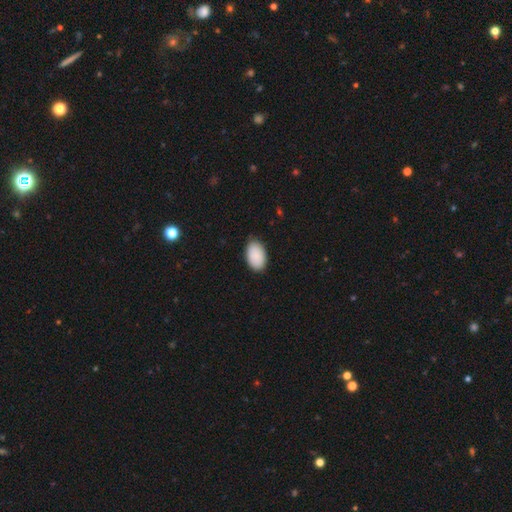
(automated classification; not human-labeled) Smooth or featured? Predicted: smooth (p=0.90). How rounded? Predicted: in between (p=0.94). Merging? Predicted: none (p=0.83).